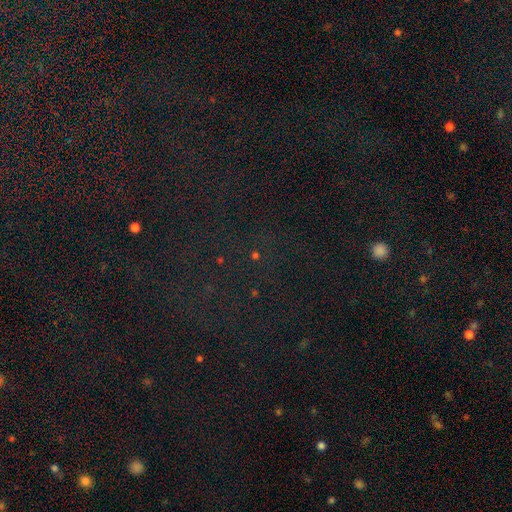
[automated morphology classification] type=star or artifact (71%).